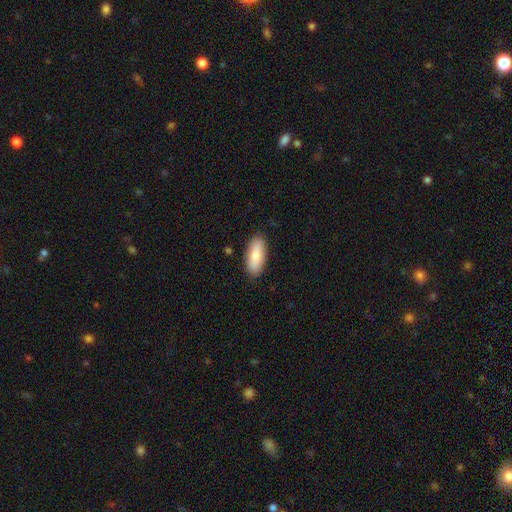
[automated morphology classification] smooth-or-featured: smooth: 81% | featured or disk: 13% | star or artifact: 6%
  how-rounded: in between: 78% | cigar-shaped: 20% | round: 2%
  merging: none: 87% | minor disturbance: 9% | major disturbance: 2% | merger: 1%